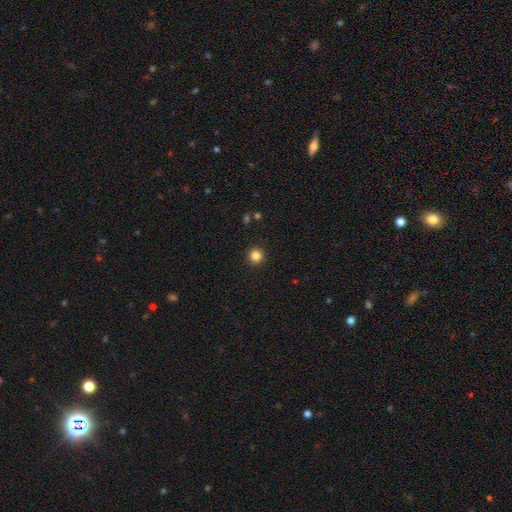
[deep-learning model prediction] smooth_or_featured: smooth (p=0.84) [alt: star or artifact p=0.12]
how_rounded: round (p=0.95) [alt: in between p=0.04]
merging: none (p=0.92) [alt: minor disturbance p=0.05]